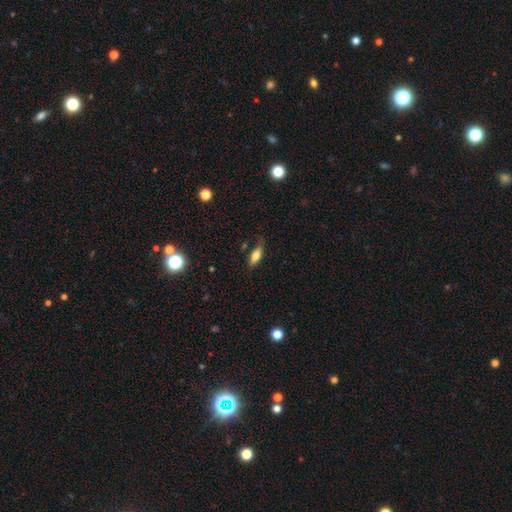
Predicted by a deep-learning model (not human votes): Q: Smooth or featured?
A: smooth (72%); runner-up: featured or disk (19%)
Q: How rounded?
A: in between (72%); runner-up: cigar-shaped (25%)
Q: Merging?
A: none (67%); runner-up: minor disturbance (24%)